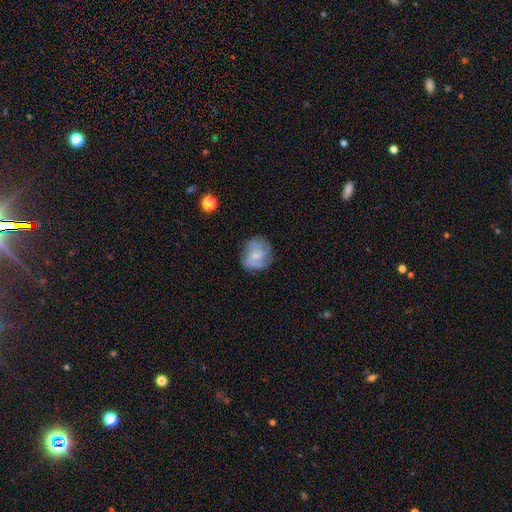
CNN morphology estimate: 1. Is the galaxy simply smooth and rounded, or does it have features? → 64% featured or disk, 28% smooth, 8% star or artifact.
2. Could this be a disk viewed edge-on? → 98% no, 2% yes.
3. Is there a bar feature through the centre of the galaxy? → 48% no, 44% weak, 8% strong.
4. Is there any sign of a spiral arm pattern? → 87% yes, 13% no.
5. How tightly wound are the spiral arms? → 45% medium, 29% loose, 27% tight.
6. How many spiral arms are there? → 30% 3, 26% can't tell, 24% 2, 9% 4, 5% 1, 5% more than 4.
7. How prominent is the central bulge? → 52% small, 25% moderate, 20% none, 2% large, 1% dominant.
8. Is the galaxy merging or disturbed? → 69% none, 19% minor disturbance, 10% major disturbance, 2% merger.